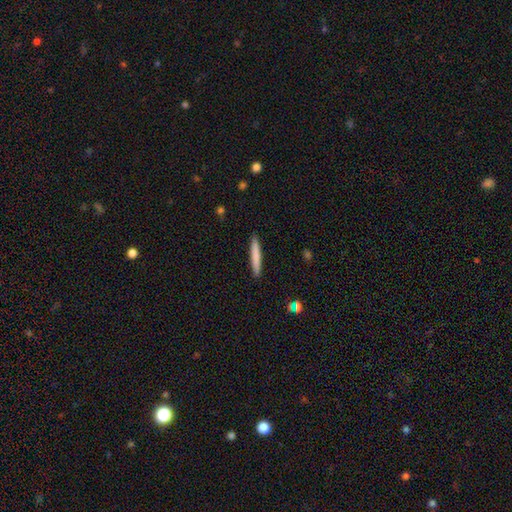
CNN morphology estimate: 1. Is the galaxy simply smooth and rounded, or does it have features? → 76% smooth, 18% featured or disk, 6% star or artifact.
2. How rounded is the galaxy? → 95% cigar-shaped, 3% in between, 1% round.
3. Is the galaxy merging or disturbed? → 92% none, 6% minor disturbance, 1% major disturbance, 1% merger.